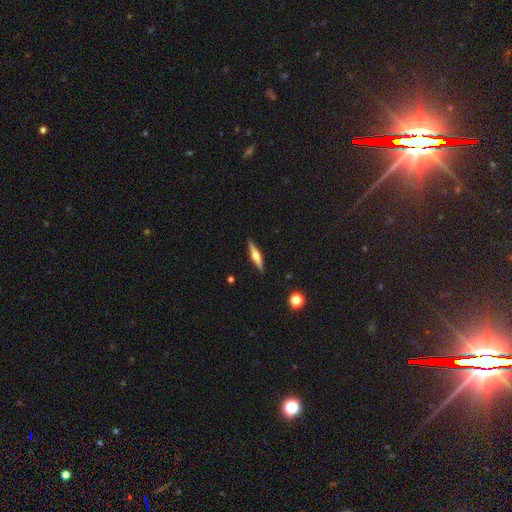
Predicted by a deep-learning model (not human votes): This appears to be a featured or disk galaxy (61%) viewed edge-on (97%) with a rounded central bulge (90%). Merging: none (90%).